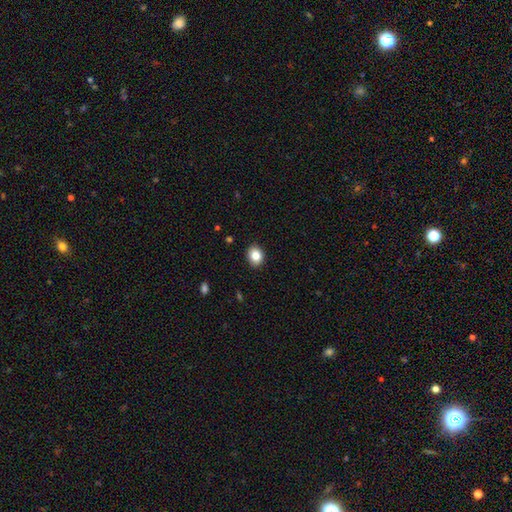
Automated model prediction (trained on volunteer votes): A smooth galaxy with no disk features (84%) that is in between round and cigar-shaped (50%).

Vote fractions:
- Smooth or featured? smooth: 84% / star or artifact: 9% / featured or disk: 7%
- How rounded? in between: 50% / round: 49% / cigar-shaped: 1%
- Merging? none: 90% / minor disturbance: 7% / major disturbance: 2% / merger: 1%